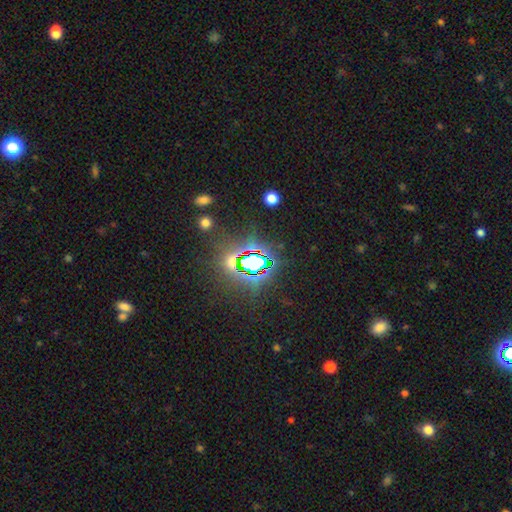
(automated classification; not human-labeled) This is likely a star or artifact rather than a galaxy (78%).